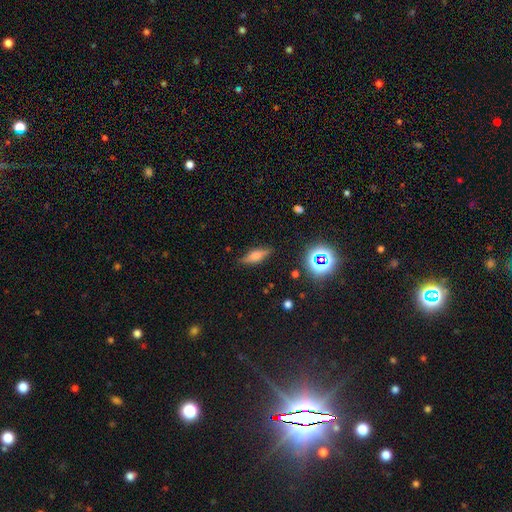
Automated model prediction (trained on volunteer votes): smooth 50%, featured or disk 37%, star or artifact 12%. Down the decision tree: how rounded — in between (52%); merging — none (82%).